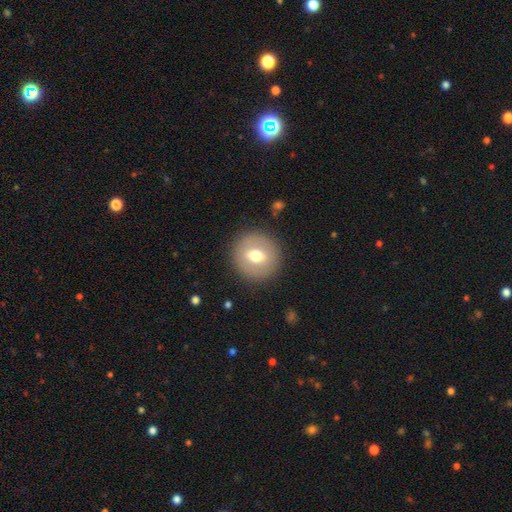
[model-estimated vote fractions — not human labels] Morphology: type=smooth (62%); roundness=round (90%); merging=none (88%).